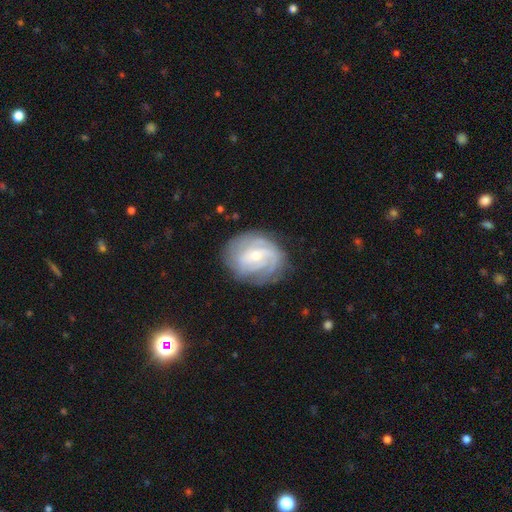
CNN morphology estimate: Overall: featured or disk (81%). Edge-on disk: no (97%). Bar: no (46%; weak 42%). Spiral arms: yes (93%). Spiral arm count: can't tell (33%; 2 28%). Spiral winding: tight (58%; medium 31%). Bulge size: small (62%; moderate 34%). Merging: none (71%).